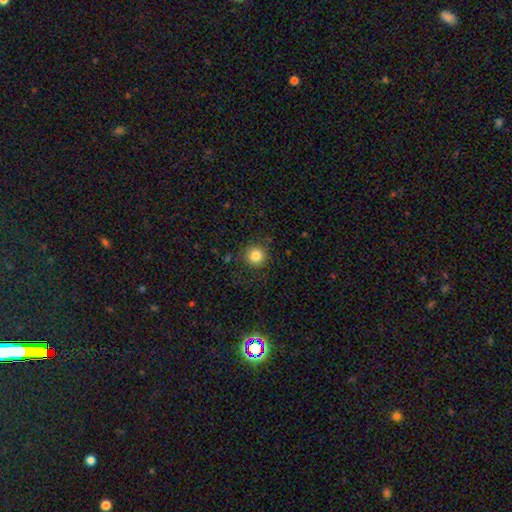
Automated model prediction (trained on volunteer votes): The model was most divided on "smooth or featured": smooth: 83%, star or artifact: 11%, featured or disk: 6%. More confident: how rounded — round (94%); merging — none (87%).